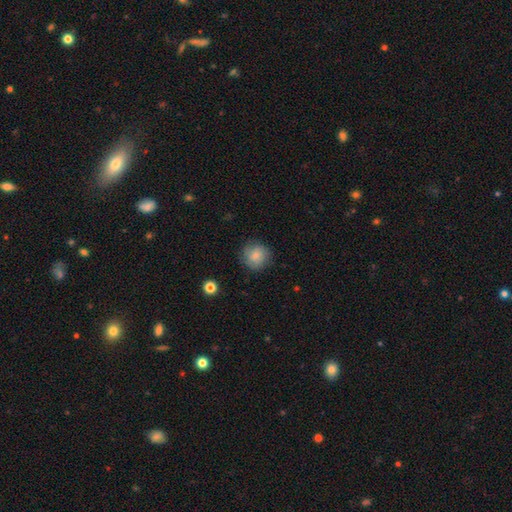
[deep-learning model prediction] A smooth galaxy with no disk features (79%) that is round (91%). Merging: none (82%).